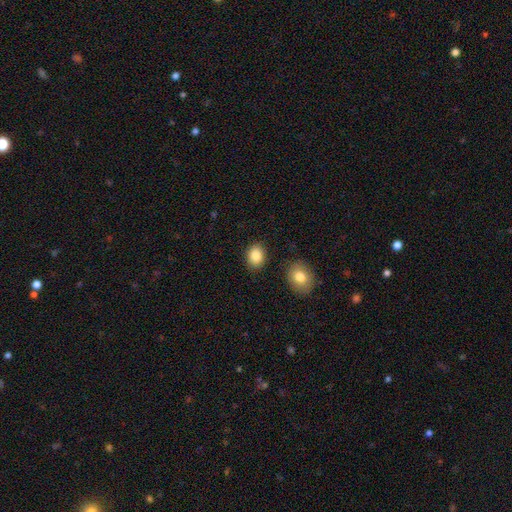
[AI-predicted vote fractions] Smooth or featured: smooth — 87% (star or artifact — 8%)
How rounded: in between — 61% (round — 38%)
Merging: none — 85% (minor disturbance — 9%)